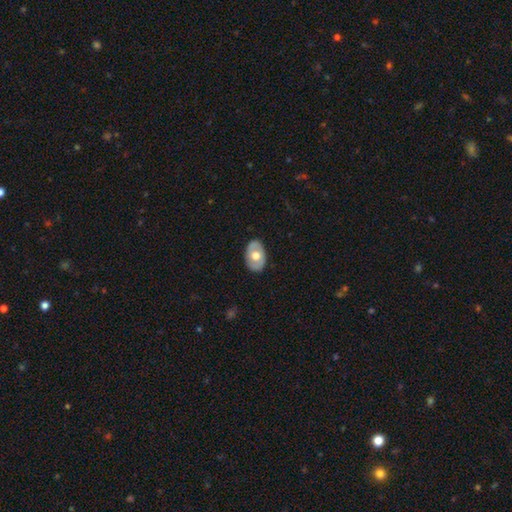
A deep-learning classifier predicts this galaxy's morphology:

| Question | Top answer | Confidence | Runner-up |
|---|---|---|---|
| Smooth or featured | smooth | 52% | featured or disk (43%) |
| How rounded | in between | 86% | round (13%) |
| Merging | none | 85% | minor disturbance (12%) |